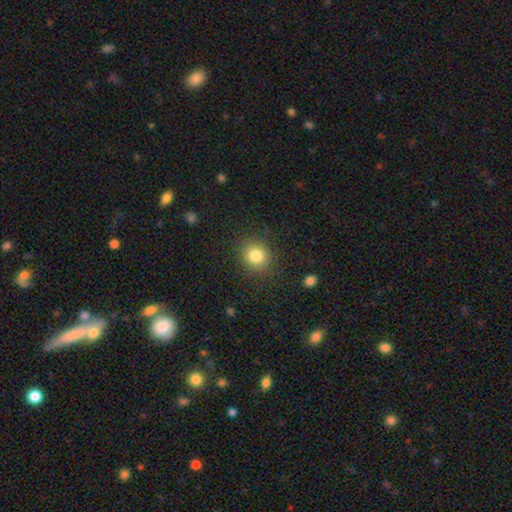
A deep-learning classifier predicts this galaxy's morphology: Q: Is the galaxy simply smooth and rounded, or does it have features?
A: smooth — 83%.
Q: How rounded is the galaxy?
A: round — 83%.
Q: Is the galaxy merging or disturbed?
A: none — 87%.